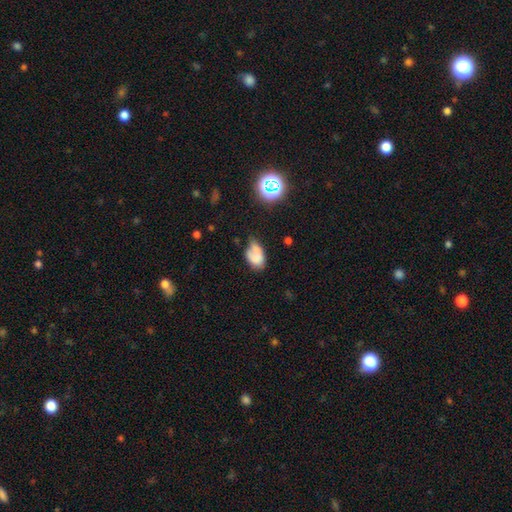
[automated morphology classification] Smooth or featured? Predicted: smooth (p=0.59). How rounded? Predicted: in between (p=0.87). Merging? Predicted: none (p=0.35).